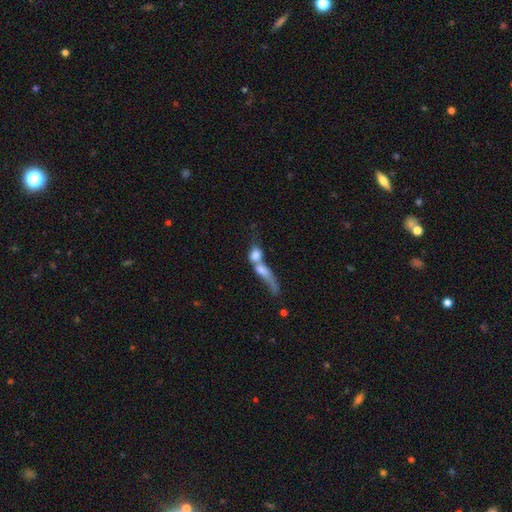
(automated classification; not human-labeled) Smooth or featured: smooth — 62% (featured or disk — 29%)
How rounded: in between — 45% (round — 30%)
Merging: merger — 73% (none — 12%)